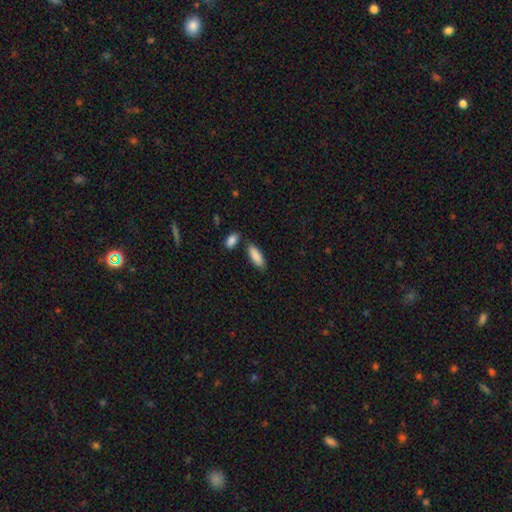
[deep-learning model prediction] Morphology: type=smooth (89%); roundness=in between (73%); merging=none (78%).